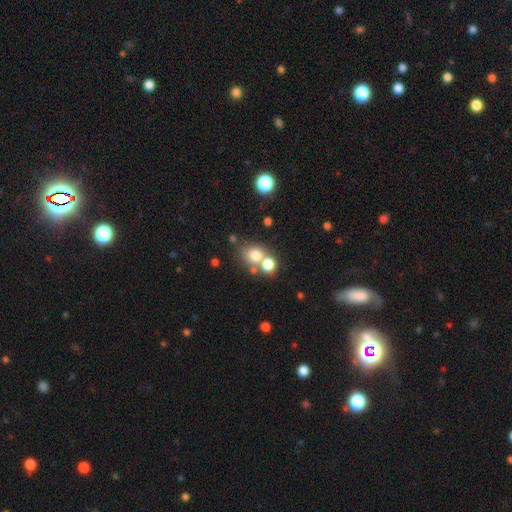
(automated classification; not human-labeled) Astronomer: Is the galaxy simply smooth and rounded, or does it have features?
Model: smooth — 73%.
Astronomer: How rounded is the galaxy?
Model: round — 71%.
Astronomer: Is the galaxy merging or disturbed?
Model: none — 46% (runner-up: merger, 40%).